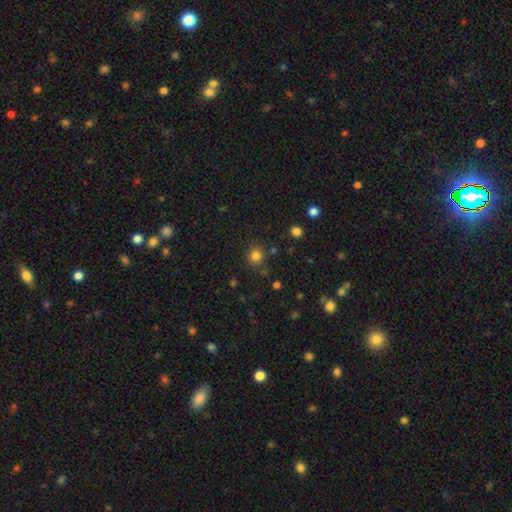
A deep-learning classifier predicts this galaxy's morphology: Smooth or featured? Predicted: smooth (p=0.81). How rounded? Predicted: round (p=0.89). Merging? Predicted: none (p=0.84).